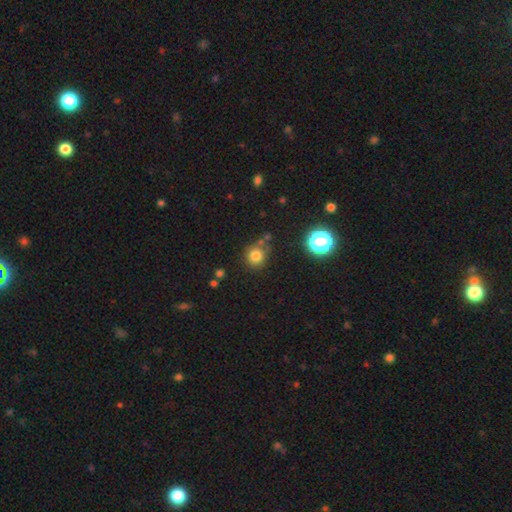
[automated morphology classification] Overall: smooth (78%). How rounded: round (88%). Merging: none (74%).